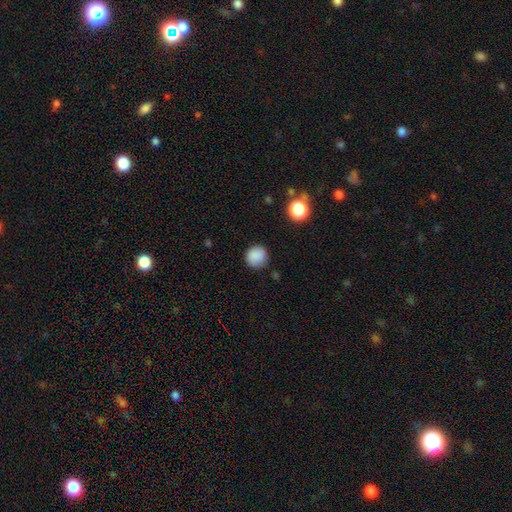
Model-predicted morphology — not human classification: type=smooth (86%); roundness=round (90%); merging=none (84%).